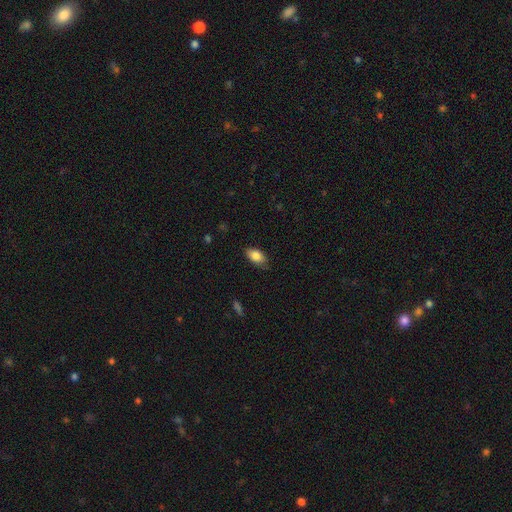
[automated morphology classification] smooth_or_featured: smooth (p=0.84) [alt: featured or disk p=0.09]
how_rounded: in between (p=0.91) [alt: round p=0.06]
merging: none (p=0.75) [alt: minor disturbance p=0.20]